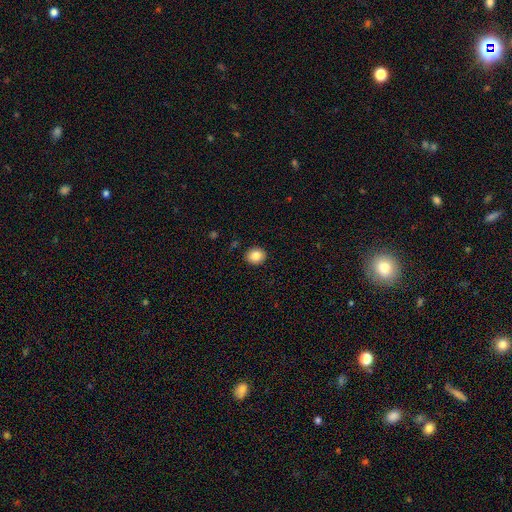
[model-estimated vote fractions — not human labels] Smooth or featured? Predicted: smooth (p=0.85). How rounded? Predicted: round (p=0.76). Merging? Predicted: none (p=0.91).